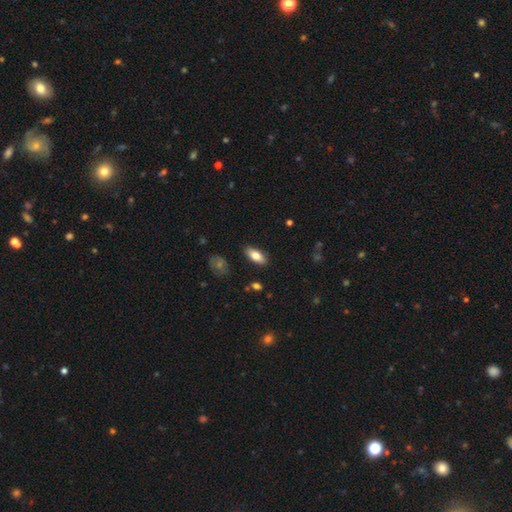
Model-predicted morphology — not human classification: A smooth galaxy with no disk features (77%) that is in between round and cigar-shaped (84%). Merging: none (87%).